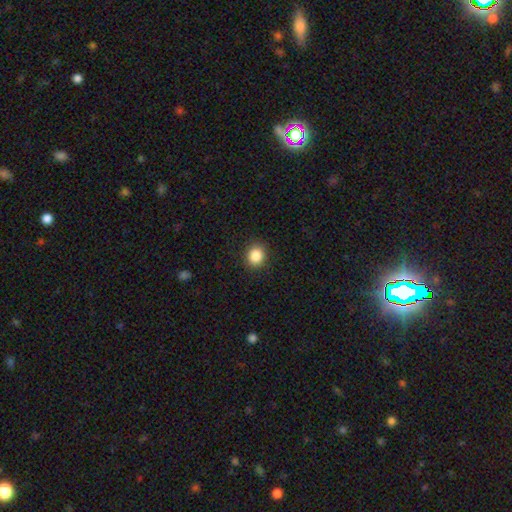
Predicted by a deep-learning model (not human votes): Overall: smooth (86%). How rounded: round (73%). Merging: none (90%).